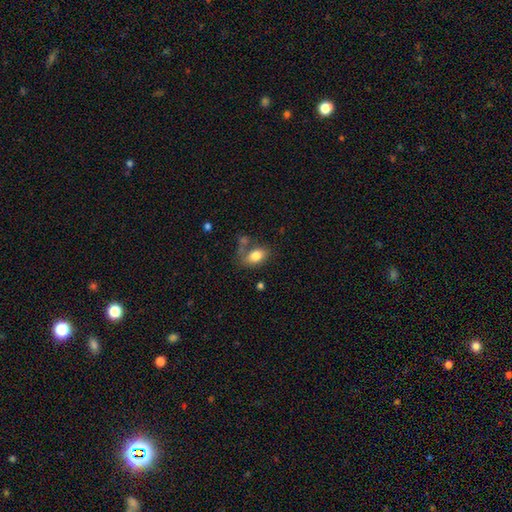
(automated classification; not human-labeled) Smooth or featured? Predicted: smooth (p=0.81). How rounded? Predicted: in between (p=0.86). Merging? Predicted: none (p=0.57).